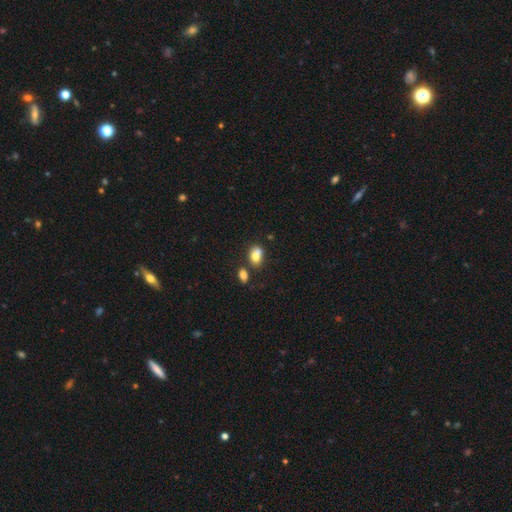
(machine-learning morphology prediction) This is likely a smooth galaxy (80%). How rounded: likely in between (76%). Merging: possibly none (51%).